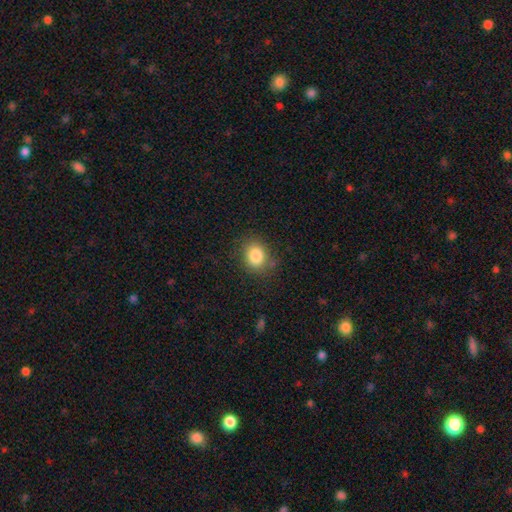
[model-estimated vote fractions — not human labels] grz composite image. It shows a smooth galaxy with no disk features (84%) that is round (62%). Merging: none (80%).